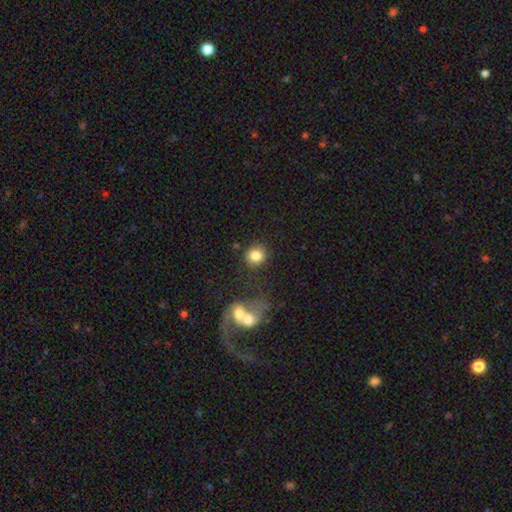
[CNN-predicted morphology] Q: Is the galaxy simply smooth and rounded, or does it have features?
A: smooth — 82%.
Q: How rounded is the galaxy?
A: round — 81%.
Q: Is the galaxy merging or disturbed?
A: none — 76%.